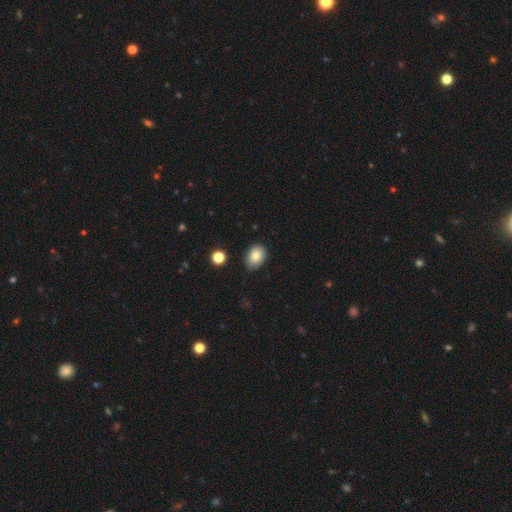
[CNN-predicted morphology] Q: Smooth or featured?
A: smooth (81%); runner-up: featured or disk (10%)
Q: How rounded?
A: in between (76%); runner-up: round (23%)
Q: Merging?
A: none (76%); runner-up: minor disturbance (19%)